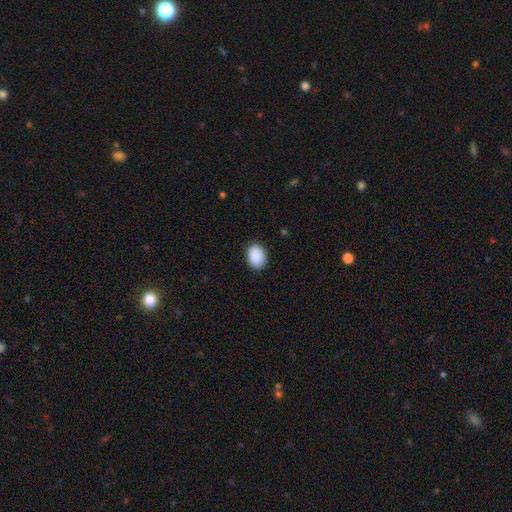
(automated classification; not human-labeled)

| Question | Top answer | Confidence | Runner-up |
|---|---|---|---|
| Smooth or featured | smooth | 91% | star or artifact (7%) |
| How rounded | in between | 74% | round (25%) |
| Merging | none | 88% | minor disturbance (9%) |